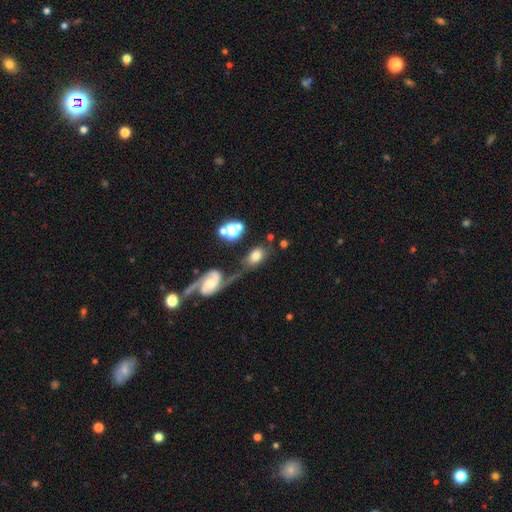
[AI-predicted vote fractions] Overall: smooth (62%; featured or disk 27%). How rounded: in between (79%). Merging: none (44%; merger 26%).